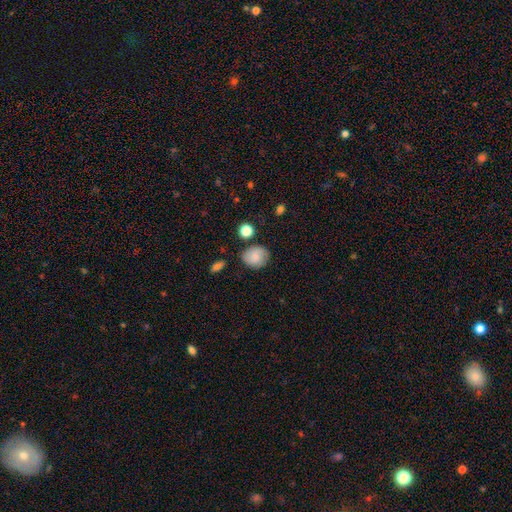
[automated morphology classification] Smooth or featured: smooth — 79% (featured or disk — 12%)
How rounded: round — 64% (in between — 35%)
Merging: none — 72% (minor disturbance — 19%)